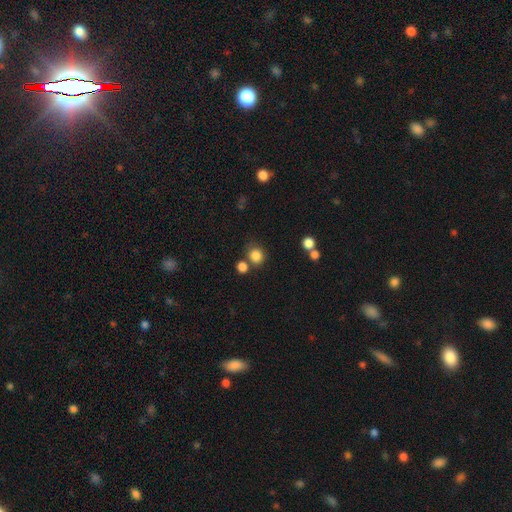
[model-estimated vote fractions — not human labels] Smooth or featured?
  - smooth: 83% *
  - star or artifact: 12%
  - featured or disk: 5%
How rounded?
  - round: 84% *
  - in between: 16%
  - cigar-shaped: 1%
Merging?
  - none: 67% *
  - merger: 17%
  - minor disturbance: 11%
  - major disturbance: 5%